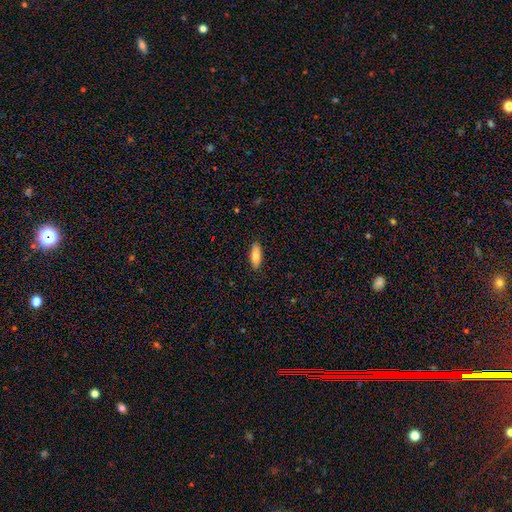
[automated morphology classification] smooth 77%, featured or disk 17%, star or artifact 6%. Down the decision tree: how rounded — in between (58%); merging — none (89%).